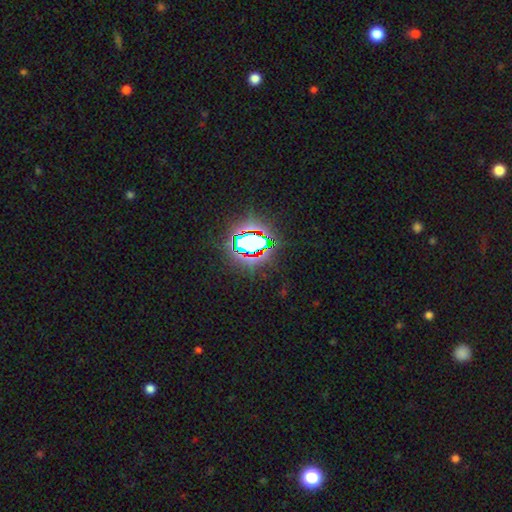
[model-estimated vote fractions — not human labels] A star or artifact, not a galaxy (80%).

Vote fractions:
- Smooth or featured? star or artifact: 80% / smooth: 12% / featured or disk: 8%